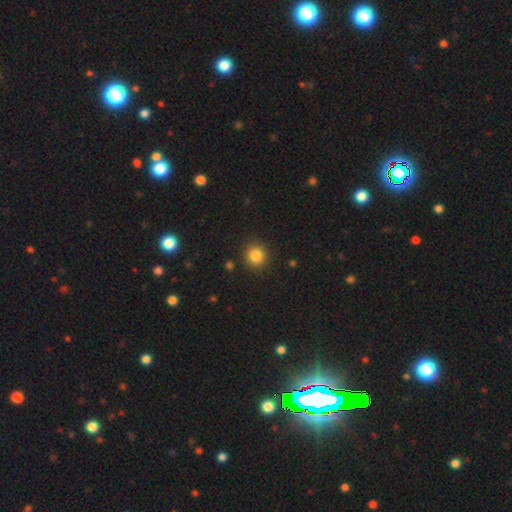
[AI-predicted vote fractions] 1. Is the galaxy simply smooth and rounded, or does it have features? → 84% smooth, 11% star or artifact, 5% featured or disk.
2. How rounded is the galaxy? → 90% round, 9% in between, 1% cigar-shaped.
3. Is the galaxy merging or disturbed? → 90% none, 6% minor disturbance, 2% major disturbance, 1% merger.